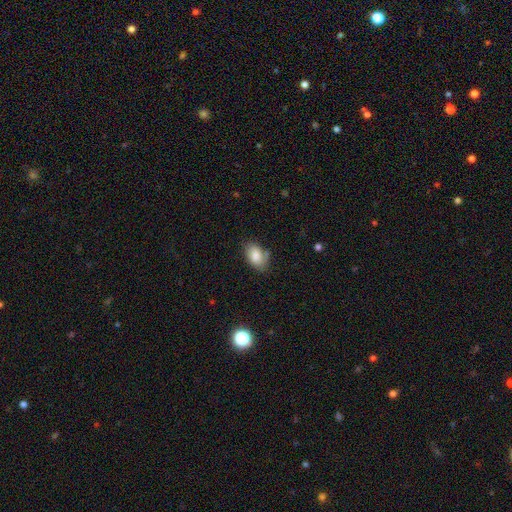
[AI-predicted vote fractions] This is clearly a smooth galaxy (83%). How rounded: clearly in between (90%). Merging: likely none (65%).